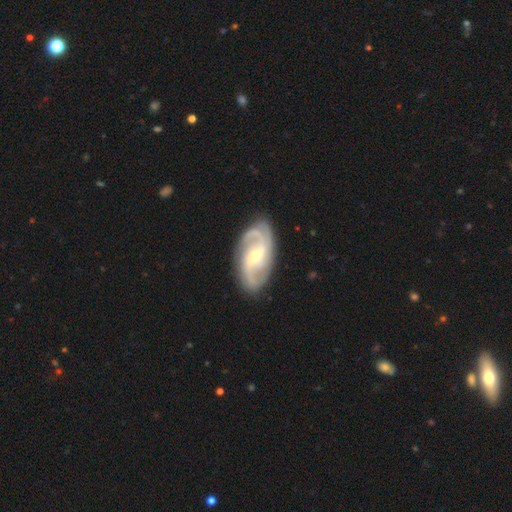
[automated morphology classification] Smooth or featured? Predicted: featured or disk (p=0.88). Edge-on disk? Predicted: no (p=0.96). Bar? Predicted: weak (p=0.46). Spiral arms? Predicted: yes (p=0.97). Spiral winding? Predicted: medium (p=0.48). Spiral arm count? Predicted: 2 (p=0.50). Bulge size? Predicted: small (p=0.50). Merging? Predicted: none (p=0.82).